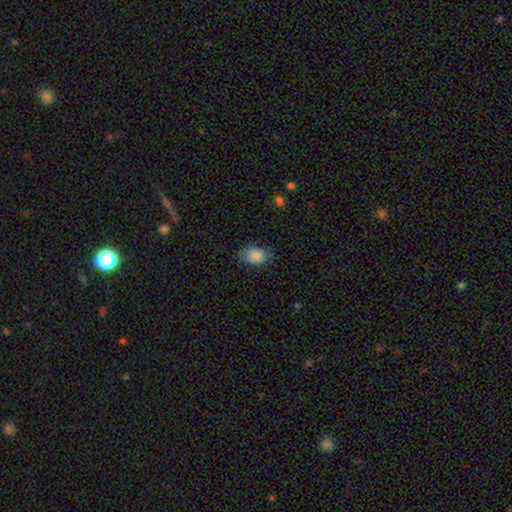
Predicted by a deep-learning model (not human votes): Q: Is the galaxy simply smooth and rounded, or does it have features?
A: smooth — 87%.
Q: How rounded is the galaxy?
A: in between — 88%.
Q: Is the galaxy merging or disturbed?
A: none — 77%.